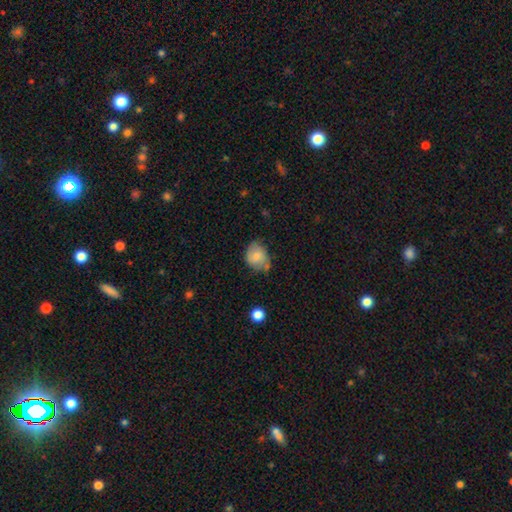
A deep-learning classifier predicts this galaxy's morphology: Smooth or featured? Predicted: smooth (p=0.75). How rounded? Predicted: in between (p=0.50). Merging? Predicted: none (p=0.51).